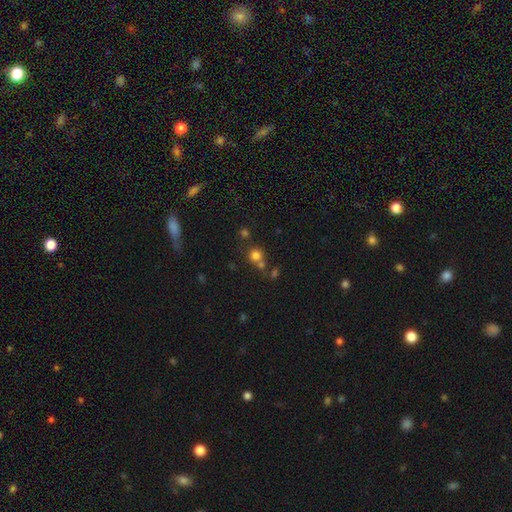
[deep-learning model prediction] Overall: smooth (75%). How rounded: round (90%). Merging: none (60%; merger 27%).